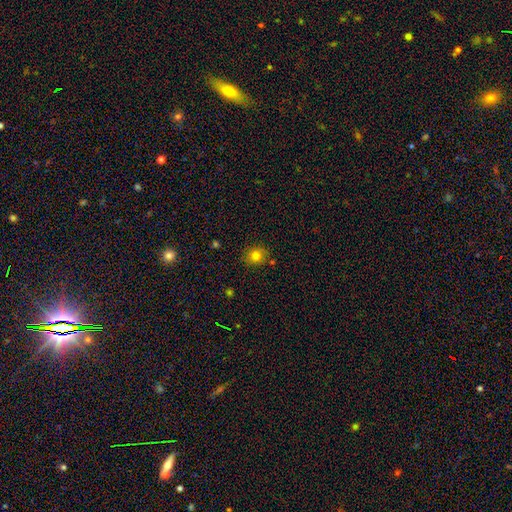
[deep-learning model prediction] smooth_or_featured: smooth (p=0.80) [alt: star or artifact p=0.13]
how_rounded: round (p=0.73) [alt: in between p=0.26]
merging: none (p=0.82) [alt: minor disturbance p=0.12]